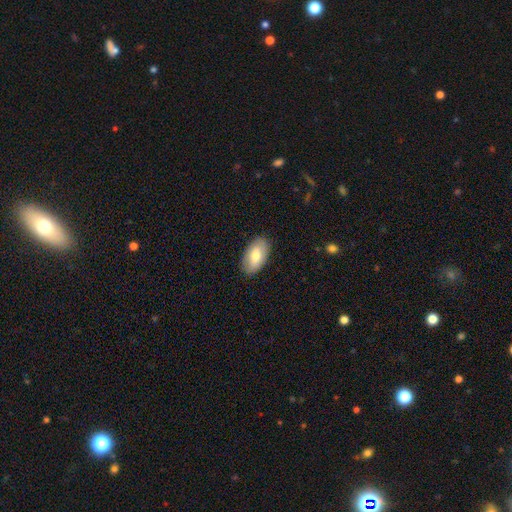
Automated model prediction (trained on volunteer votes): Overall: smooth (76%). How rounded: in between (94%). Merging: none (87%).